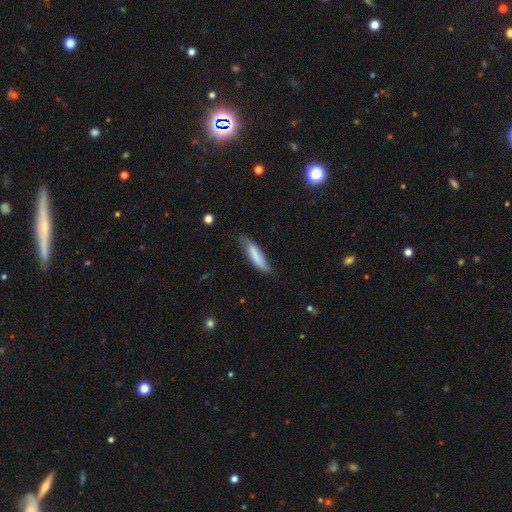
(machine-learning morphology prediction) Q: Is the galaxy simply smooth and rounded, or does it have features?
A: smooth — 77%.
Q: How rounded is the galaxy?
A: cigar-shaped — 67%.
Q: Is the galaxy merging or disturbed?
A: none — 62%.